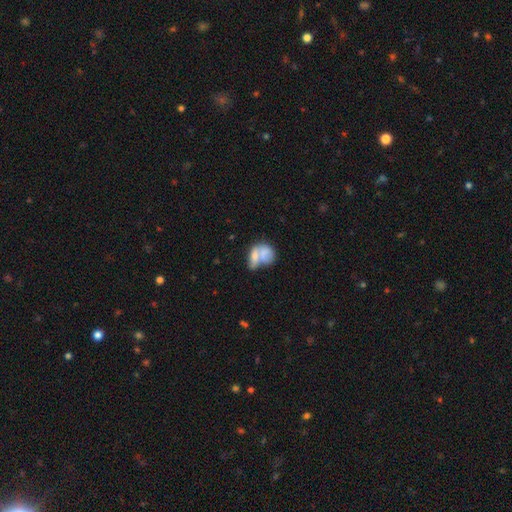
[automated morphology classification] Overall: smooth (61%; featured or disk 29%). How rounded: in between (58%; round 36%). Merging: merger (58%; none 22%).